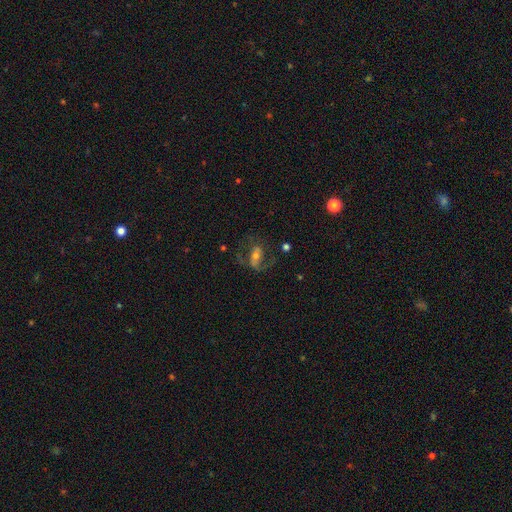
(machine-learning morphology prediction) smooth-or-featured: featured or disk: 67% | smooth: 22% | star or artifact: 11%
  disk-edge-on: no: 95% | yes: 5%
    bar: no: 36% (tied) | weak: 36% (tied) | strong: 28%
    has-spiral-arms: yes: 81% | no: 19%
      spiral-winding: medium: 46% | loose: 37% | tight: 17%
      spiral-arm-count: 2: 71% | 1: 16% | can't tell: 9% | 3: 2% | 4: 1% | more than 4: 1%
    bulge-size: moderate: 48% | small: 41% | large: 6% | none: 3% | dominant: 2%
  merging: none: 55% | major disturbance: 26% | minor disturbance: 17% | merger: 3%